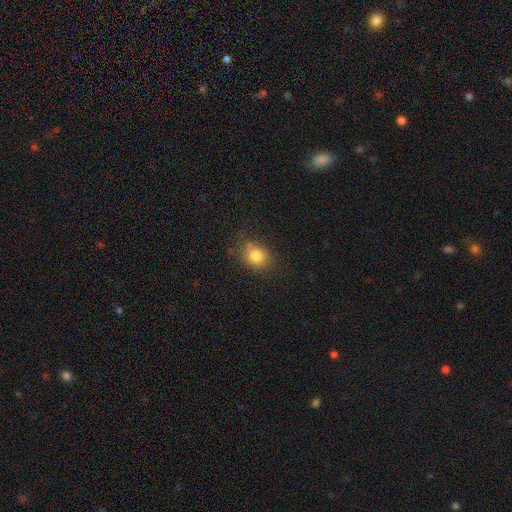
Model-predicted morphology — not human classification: Smooth or featured? smooth (81%)
How rounded? round (53%)
Merging? none (69%)